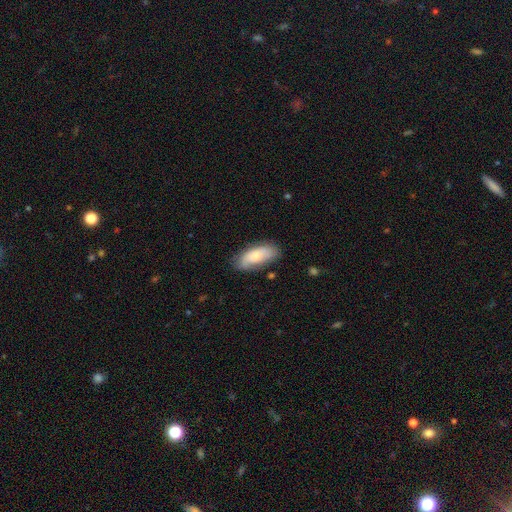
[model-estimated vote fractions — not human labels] A smooth galaxy with no disk features (69%) that is in between round and cigar-shaped (85%). Merging: none (68%).